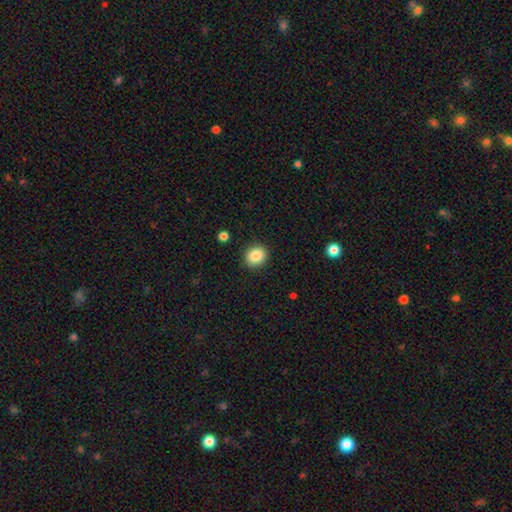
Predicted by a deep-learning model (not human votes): Overall: smooth (86%). How rounded: round (77%). Merging: none (90%).